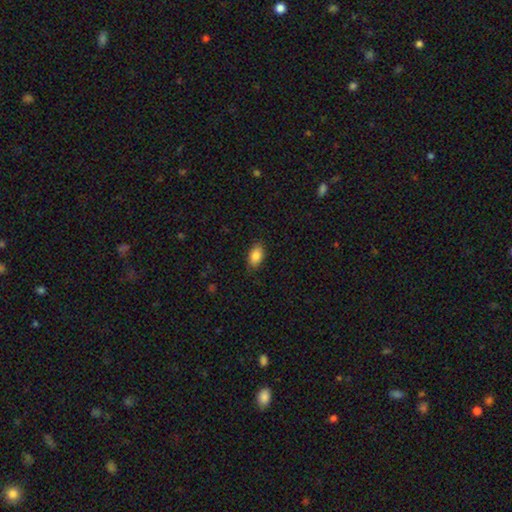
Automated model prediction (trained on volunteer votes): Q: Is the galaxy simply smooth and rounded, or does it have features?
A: smooth — 87%.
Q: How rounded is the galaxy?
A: in between — 91%.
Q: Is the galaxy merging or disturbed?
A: none — 85%.